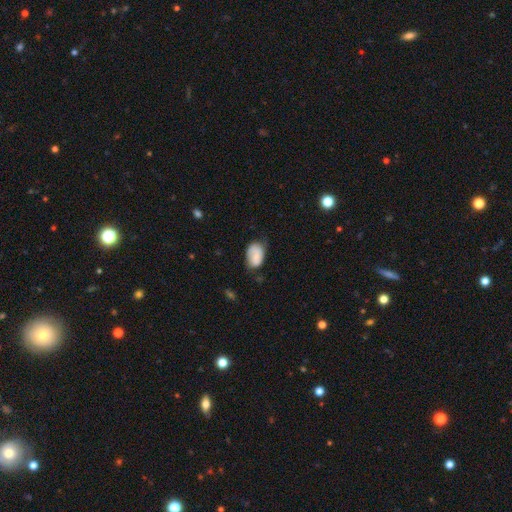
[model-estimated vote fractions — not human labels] Smooth or featured?
  - smooth: 79% *
  - featured or disk: 13%
  - star or artifact: 7%
How rounded?
  - in between: 90% *
  - round: 9%
  - cigar-shaped: 1%
Merging?
  - none: 54% *
  - minor disturbance: 35%
  - major disturbance: 9%
  - merger: 2%